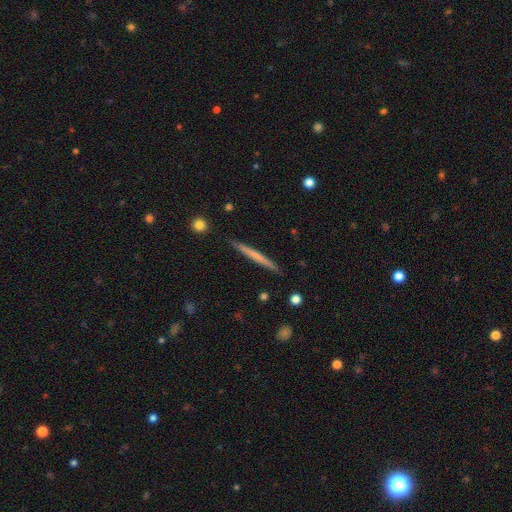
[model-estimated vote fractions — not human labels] This is possibly a smooth galaxy (53%). How rounded: clearly cigar-shaped (97%). Merging: clearly none (91%).